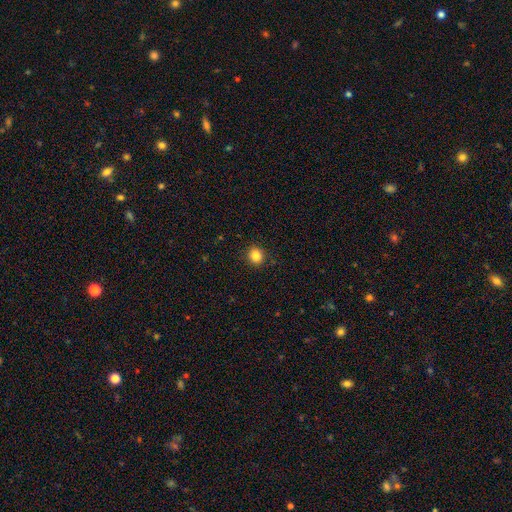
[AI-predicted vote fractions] A smooth galaxy with no disk features (85%) that is round (85%).

Vote fractions:
- Smooth or featured? smooth: 85% / star or artifact: 11% / featured or disk: 4%
- How rounded? round: 85% / in between: 14% / cigar-shaped: 1%
- Merging? none: 91% / minor disturbance: 6% / major disturbance: 2% / merger: 1%